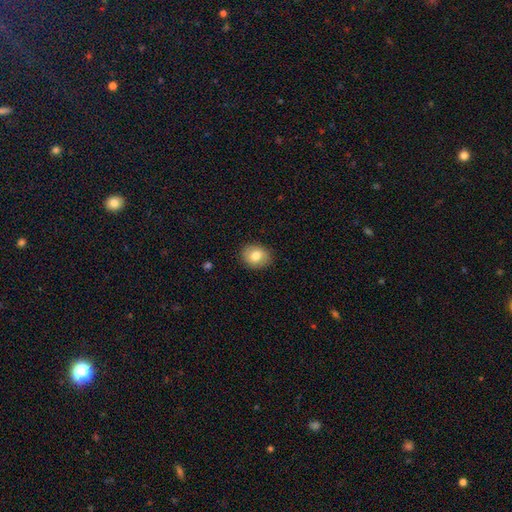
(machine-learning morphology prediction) Smooth or featured? smooth (80%)
How rounded? round (50%)
Merging? none (88%)